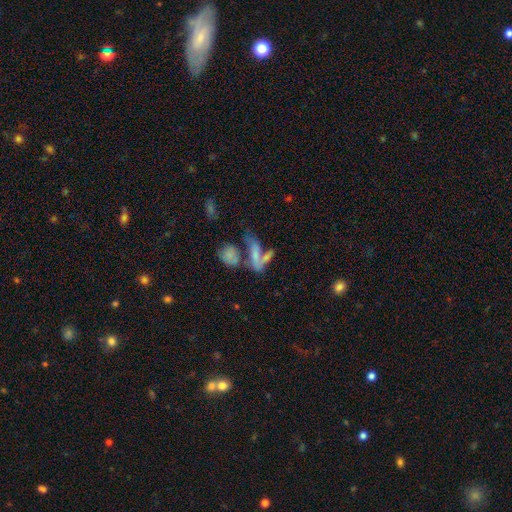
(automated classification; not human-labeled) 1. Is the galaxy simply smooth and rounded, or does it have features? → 59% smooth, 28% featured or disk, 13% star or artifact.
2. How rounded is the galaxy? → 52% in between, 42% cigar-shaped, 6% round.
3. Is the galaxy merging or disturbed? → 52% merger, 27% none, 11% minor disturbance, 10% major disturbance.